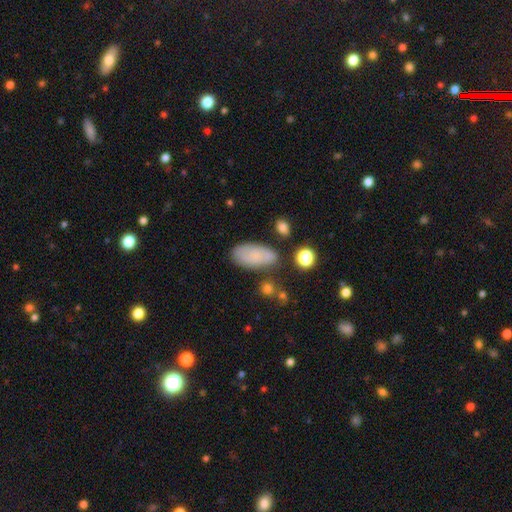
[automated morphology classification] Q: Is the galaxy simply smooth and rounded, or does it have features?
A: smooth — 76%.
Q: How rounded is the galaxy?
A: in between — 92%.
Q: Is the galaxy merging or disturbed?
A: none — 69%.